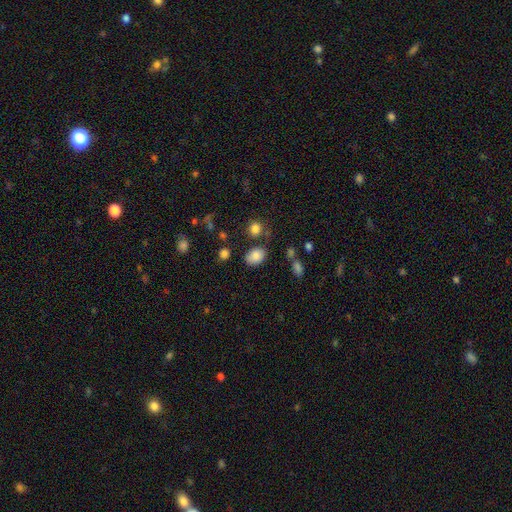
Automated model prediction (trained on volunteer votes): smooth-or-featured: smooth: 84% | star or artifact: 10% | featured or disk: 7%
  how-rounded: in between: 75% | round: 24% | cigar-shaped: 1%
  merging: none: 73% | minor disturbance: 16% | merger: 6% | major disturbance: 5%